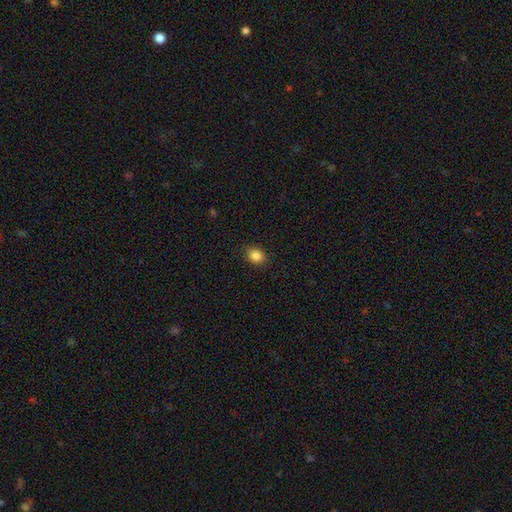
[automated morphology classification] This appears to be a smooth galaxy with no disk features (86%) that is round (51%). Merging: none (88%).